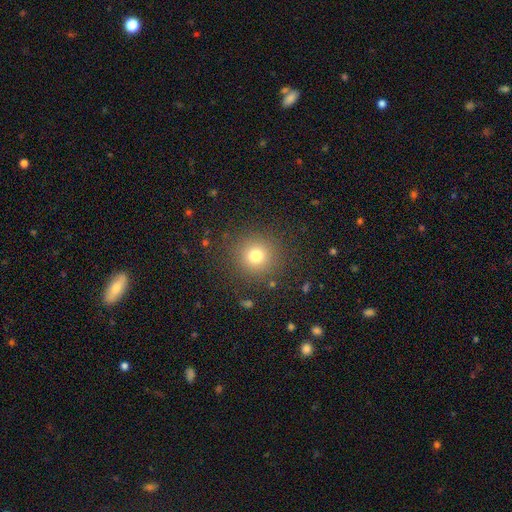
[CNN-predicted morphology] This appears to be a smooth galaxy with no disk features (75%) that is round (93%). Merging: none (87%).